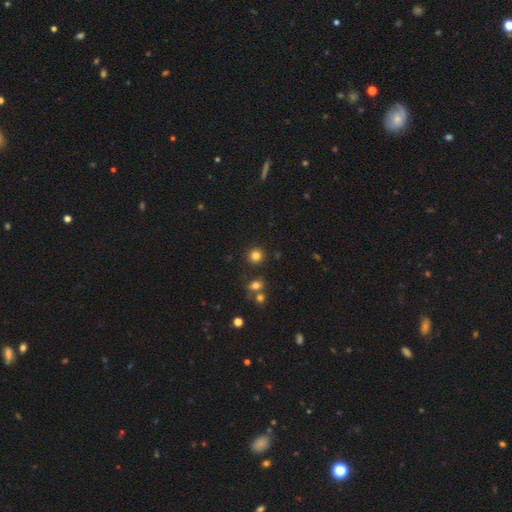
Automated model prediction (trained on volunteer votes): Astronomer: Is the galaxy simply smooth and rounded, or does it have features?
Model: smooth — 82%.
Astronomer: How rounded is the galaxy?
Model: round — 91%.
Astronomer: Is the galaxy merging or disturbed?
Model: none — 86%.